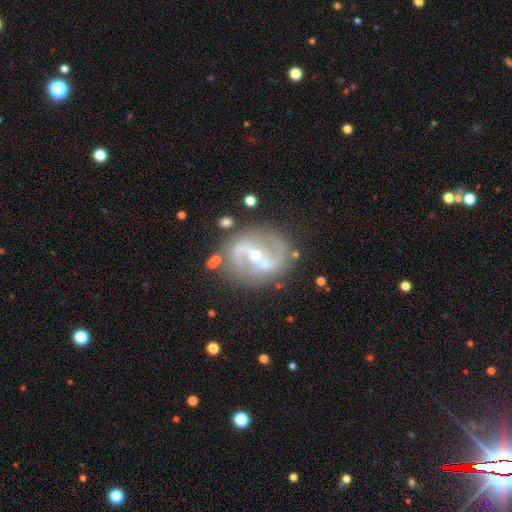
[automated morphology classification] featured or disk 83%, smooth 11%, star or artifact 6%. Down the decision tree: edge-on disk — no (96%); bar — strong (44%); spiral arms — yes (81%); spiral arm count — 2 (88%); spiral winding — medium (48%); bulge size — moderate (57%); merging — none (78%).